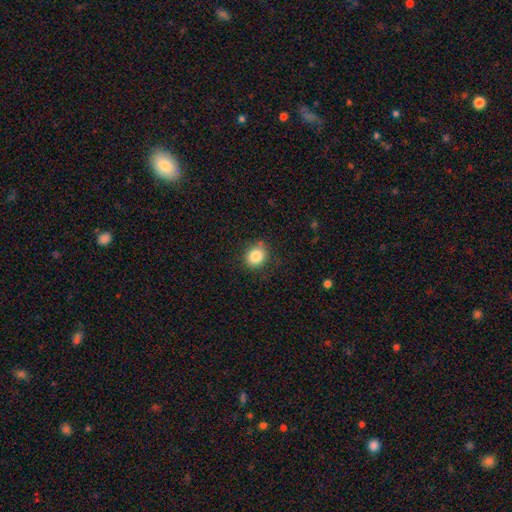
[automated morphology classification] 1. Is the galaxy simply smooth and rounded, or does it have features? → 84% smooth, 10% star or artifact, 6% featured or disk.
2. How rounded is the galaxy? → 71% round, 28% in between, 1% cigar-shaped.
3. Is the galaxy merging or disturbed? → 80% none, 15% minor disturbance, 4% major disturbance, 2% merger.